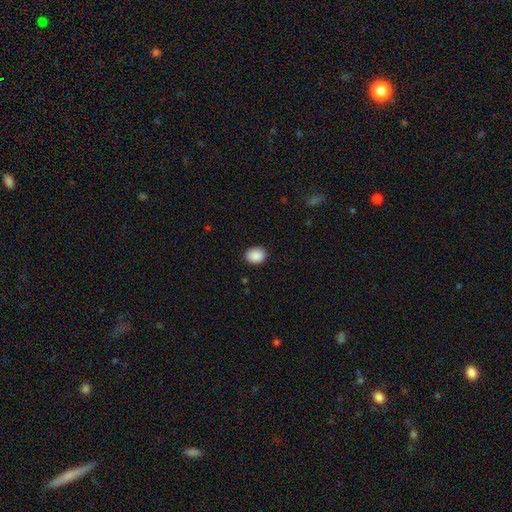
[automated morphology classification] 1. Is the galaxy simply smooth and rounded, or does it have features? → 90% smooth, 8% star or artifact, 2% featured or disk.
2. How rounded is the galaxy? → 59% in between, 40% round, 1% cigar-shaped.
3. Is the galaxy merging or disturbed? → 88% none, 9% minor disturbance, 2% major disturbance, 1% merger.